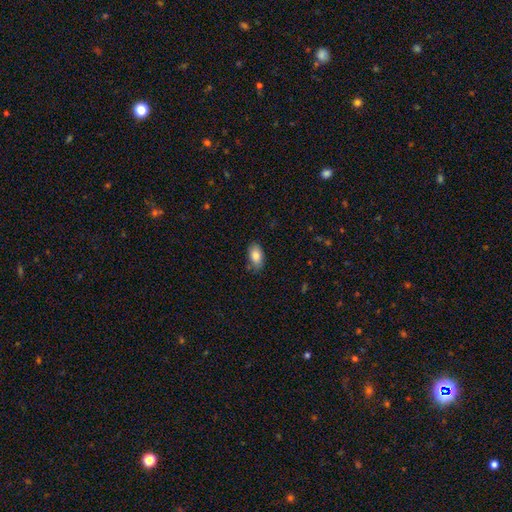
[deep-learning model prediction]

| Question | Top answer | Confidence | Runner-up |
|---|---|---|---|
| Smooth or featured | smooth | 84% | featured or disk (8%) |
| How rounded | in between | 93% | round (5%) |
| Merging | none | 80% | minor disturbance (16%) |